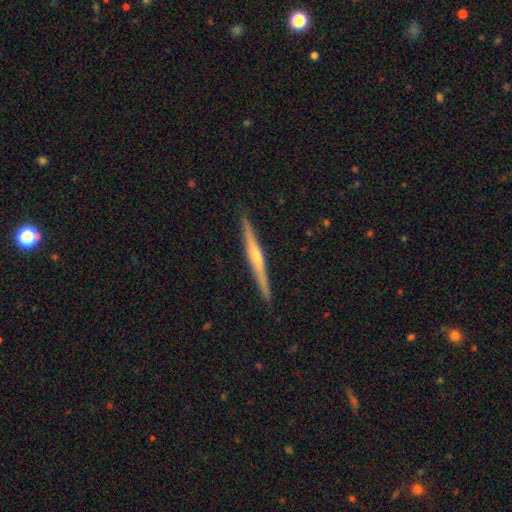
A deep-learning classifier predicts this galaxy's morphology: The model was most divided on "edge-on bulge": rounded: 74%, none: 18%, boxy: 8%. More confident: edge-on disk — yes (98%); merging — none (92%); smooth or featured — featured or disk (76%).